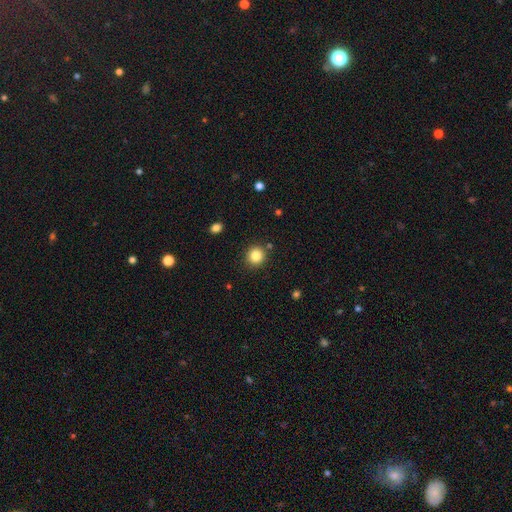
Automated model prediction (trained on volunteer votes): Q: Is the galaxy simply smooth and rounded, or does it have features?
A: smooth — 84%.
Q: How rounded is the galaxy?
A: round — 92%.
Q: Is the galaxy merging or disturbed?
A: none — 88%.